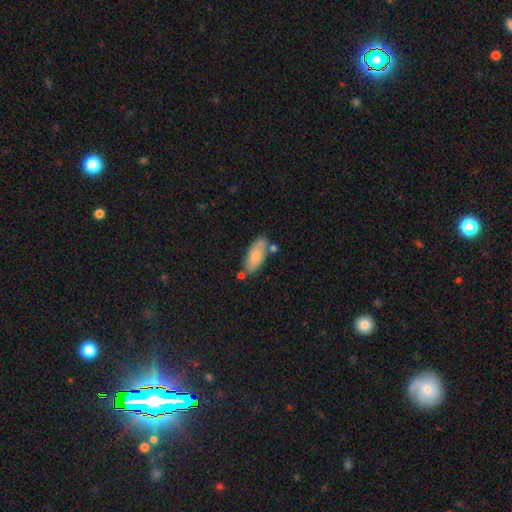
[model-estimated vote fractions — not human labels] Overall: smooth (80%). How rounded: in between (81%). Merging: none (69%).